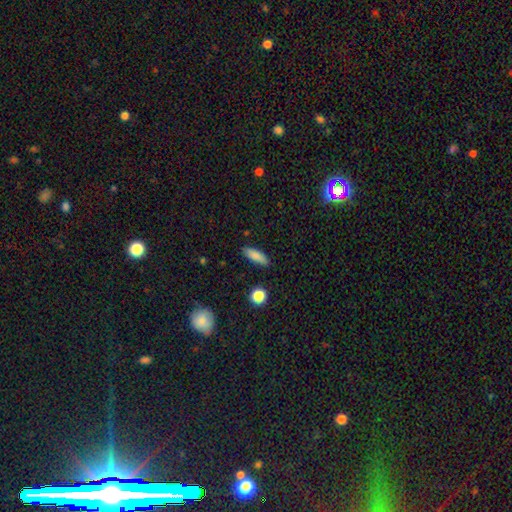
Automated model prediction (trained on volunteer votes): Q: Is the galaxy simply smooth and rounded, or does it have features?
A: smooth — 84%.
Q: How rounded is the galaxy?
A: cigar-shaped — 50%.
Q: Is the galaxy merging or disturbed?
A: none — 87%.